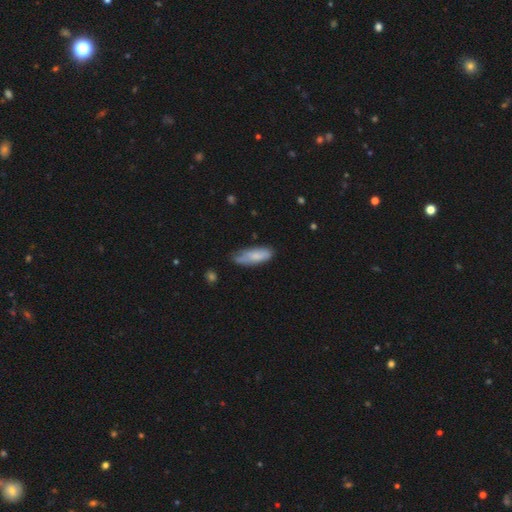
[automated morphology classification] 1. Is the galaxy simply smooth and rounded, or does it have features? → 76% smooth, 18% featured or disk, 6% star or artifact.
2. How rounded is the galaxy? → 63% in between, 35% cigar-shaped, 2% round.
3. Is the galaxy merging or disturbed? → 59% none, 32% minor disturbance, 7% major disturbance, 2% merger.